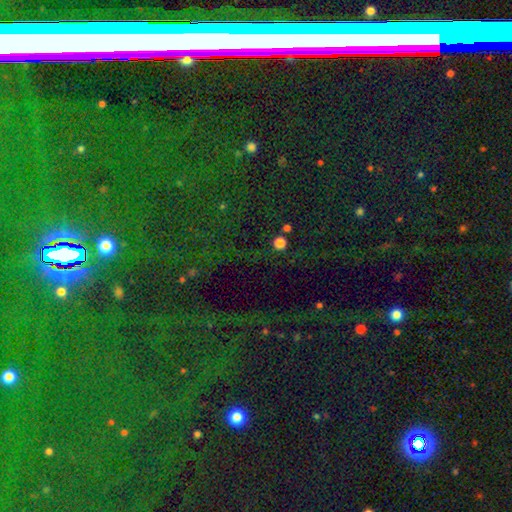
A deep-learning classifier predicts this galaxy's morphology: The model was most divided on "smooth or featured": star or artifact: 80%, smooth: 11%, featured or disk: 10%.